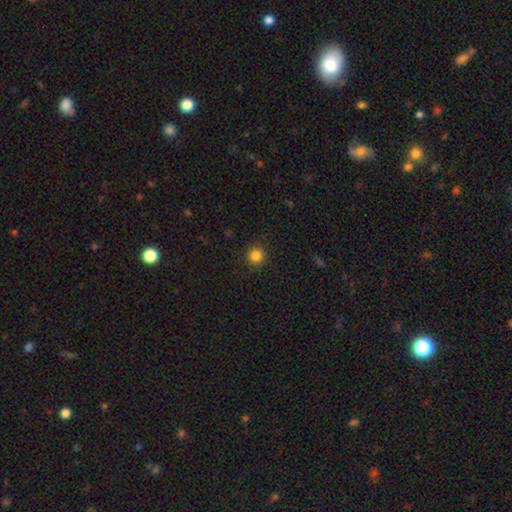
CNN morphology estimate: Overall: smooth (85%). How rounded: round (92%). Merging: none (91%).